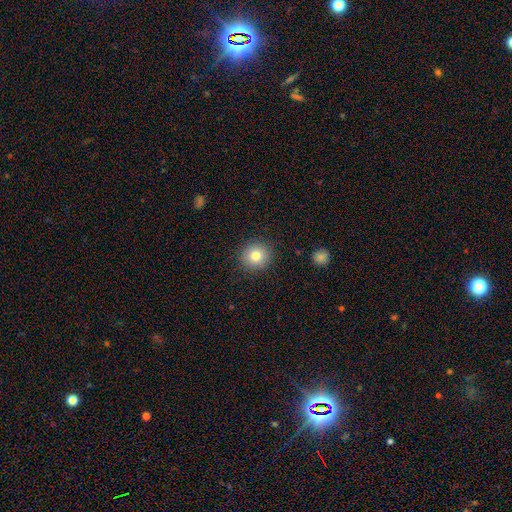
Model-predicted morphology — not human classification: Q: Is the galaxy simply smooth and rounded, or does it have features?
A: smooth — 79%.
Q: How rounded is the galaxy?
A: round — 90%.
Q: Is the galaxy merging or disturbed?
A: none — 90%.